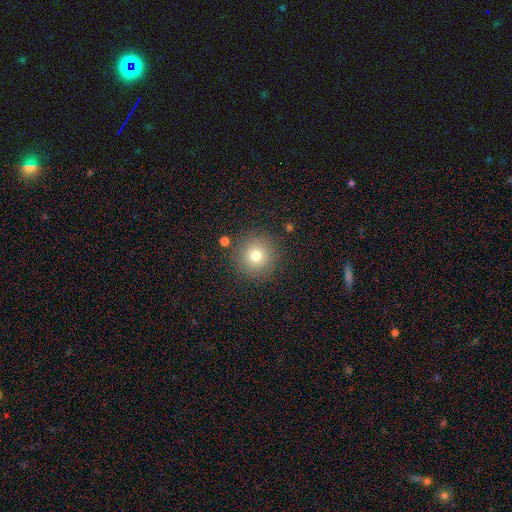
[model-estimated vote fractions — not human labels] smooth 75%, star or artifact 14%, featured or disk 11%. Down the decision tree: how rounded — round (95%); merging — none (87%).